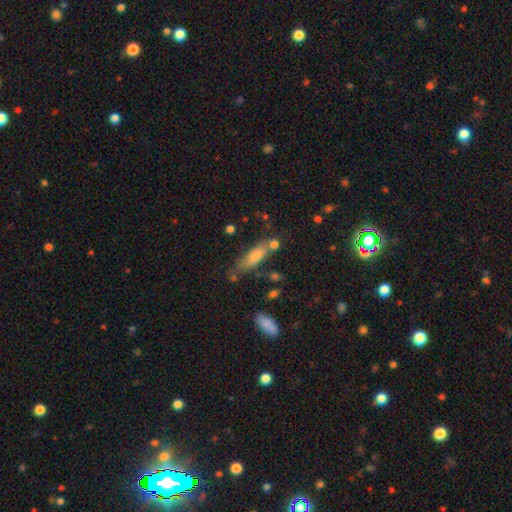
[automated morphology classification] The model was most divided on "how rounded": cigar-shaped: 60%, in between: 38%, round: 2%. More confident: smooth or featured — smooth (66%); merging — none (62%).